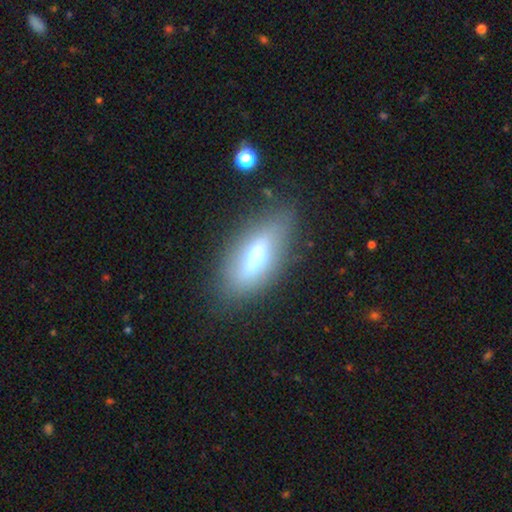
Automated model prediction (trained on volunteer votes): A smooth galaxy with no disk features (59%) that is in between round and cigar-shaped (69%). Merging: none (75%).